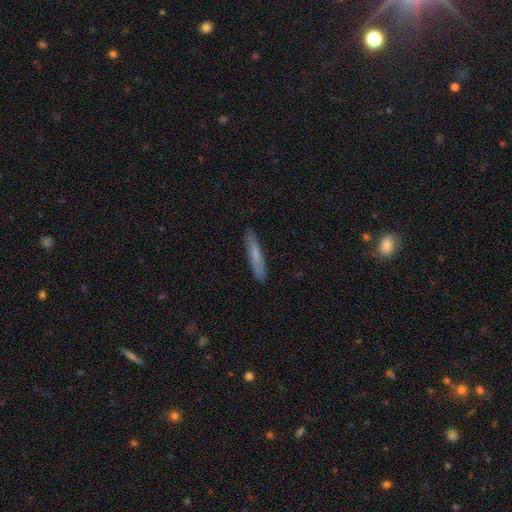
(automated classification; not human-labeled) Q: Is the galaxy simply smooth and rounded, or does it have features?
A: smooth — 65%.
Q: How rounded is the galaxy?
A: cigar-shaped — 92%.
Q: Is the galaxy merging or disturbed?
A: none — 88%.